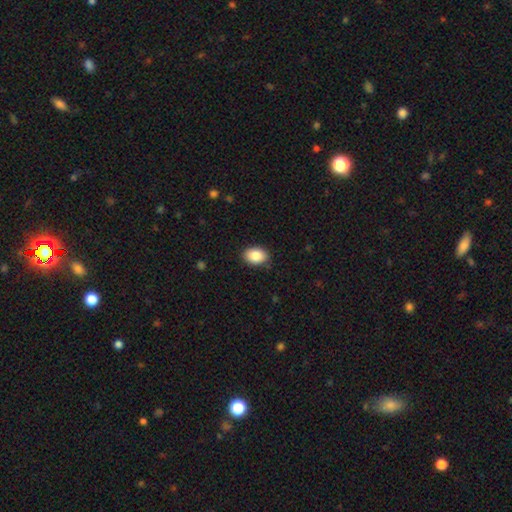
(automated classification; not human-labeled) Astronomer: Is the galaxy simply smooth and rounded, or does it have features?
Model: smooth — 87%.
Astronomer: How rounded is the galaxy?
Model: in between — 77%.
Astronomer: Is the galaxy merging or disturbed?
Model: none — 88%.